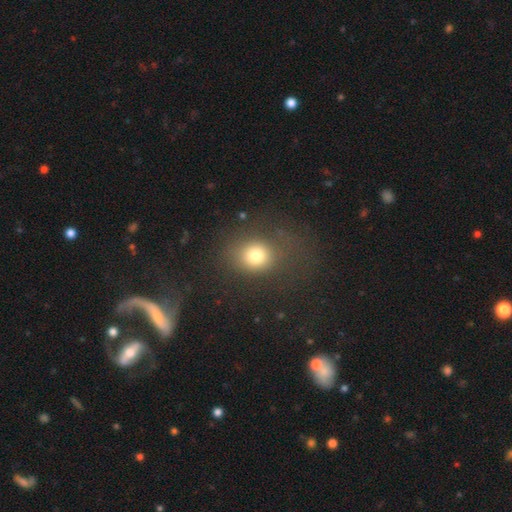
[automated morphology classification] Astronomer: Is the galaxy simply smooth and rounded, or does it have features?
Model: smooth — 76%.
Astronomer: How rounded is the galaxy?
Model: round — 70%.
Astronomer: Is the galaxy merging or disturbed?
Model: none — 66%.